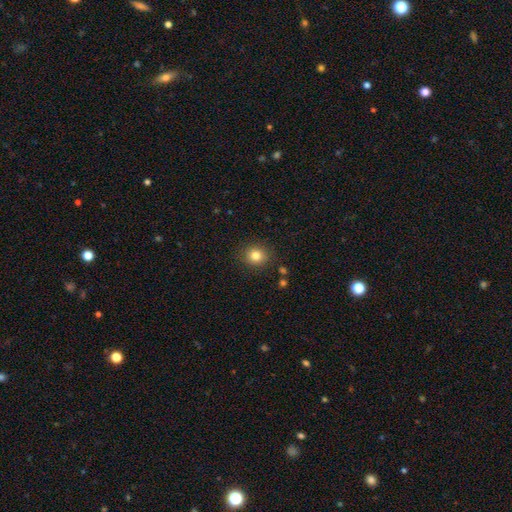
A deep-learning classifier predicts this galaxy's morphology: A smooth galaxy with no disk features (82%) that is round (81%). Merging: none (88%).